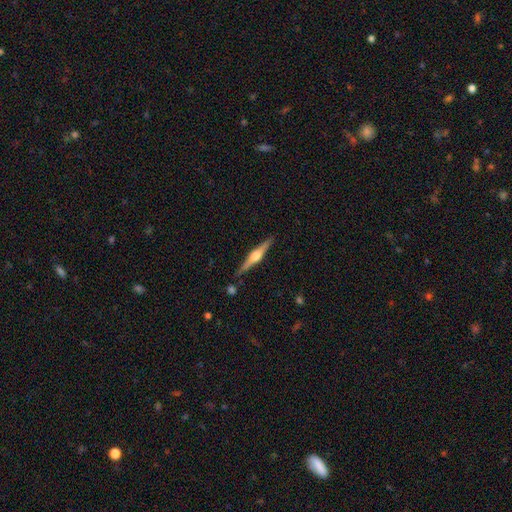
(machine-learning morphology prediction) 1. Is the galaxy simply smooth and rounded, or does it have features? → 77% featured or disk, 17% smooth, 5% star or artifact.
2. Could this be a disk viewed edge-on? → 98% yes, 2% no.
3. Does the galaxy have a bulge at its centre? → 92% rounded, 6% boxy, 2% none.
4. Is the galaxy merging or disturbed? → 88% none, 8% minor disturbance, 2% merger, 2% major disturbance.